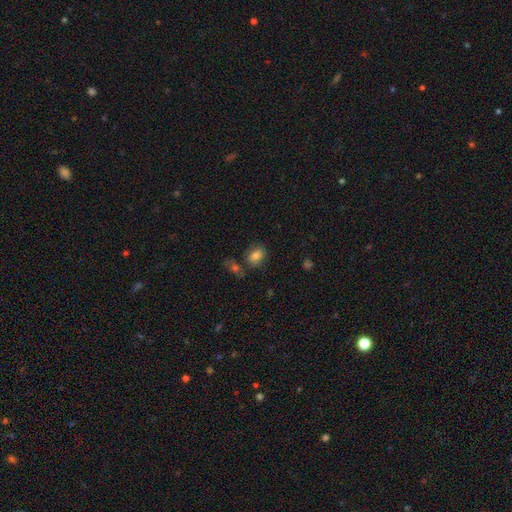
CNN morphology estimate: A smooth galaxy with no disk features (80%) that is in between round and cigar-shaped (71%). Merging: none (67%).